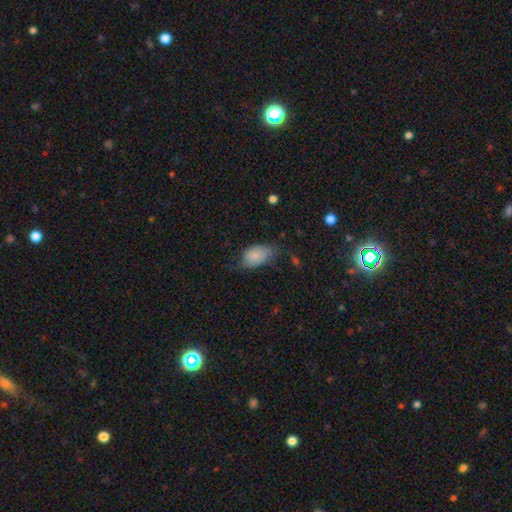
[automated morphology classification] A smooth galaxy with no disk features (80%) that is in between round and cigar-shaped (91%). Merging: none (48%).